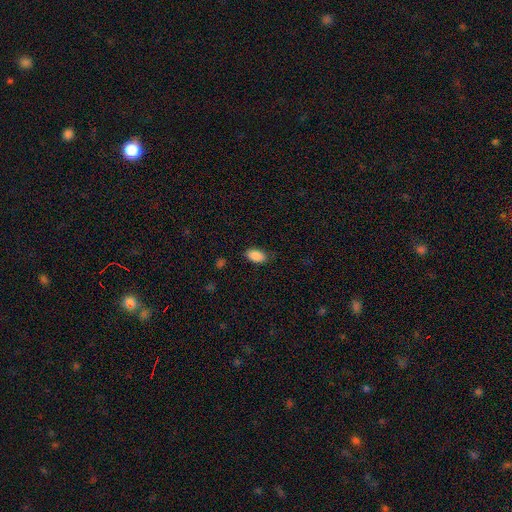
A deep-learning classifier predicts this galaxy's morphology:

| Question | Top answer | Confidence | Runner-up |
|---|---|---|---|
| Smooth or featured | smooth | 89% | star or artifact (7%) |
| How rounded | in between | 94% | round (4%) |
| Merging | none | 82% | minor disturbance (13%) |